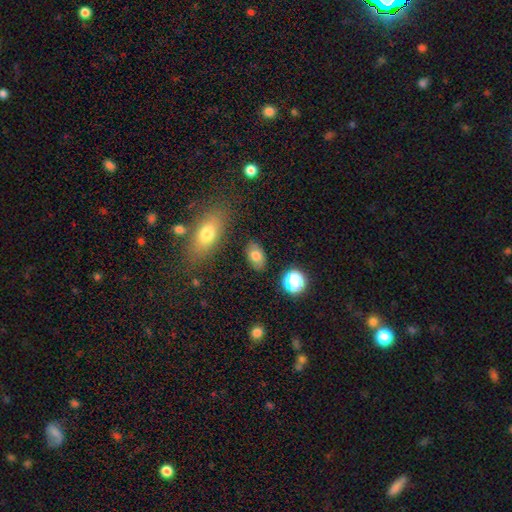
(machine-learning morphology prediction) Smooth or featured?
  - smooth: 76% *
  - featured or disk: 15%
  - star or artifact: 10%
How rounded?
  - in between: 89% *
  - round: 9%
  - cigar-shaped: 2%
Merging?
  - none: 84% *
  - minor disturbance: 10%
  - major disturbance: 3%
  - merger: 3%